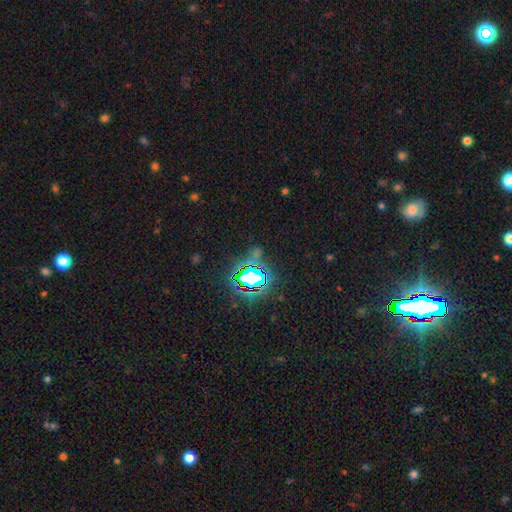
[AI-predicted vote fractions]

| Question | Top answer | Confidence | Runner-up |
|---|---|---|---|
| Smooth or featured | star or artifact | 77% | smooth (15%) |